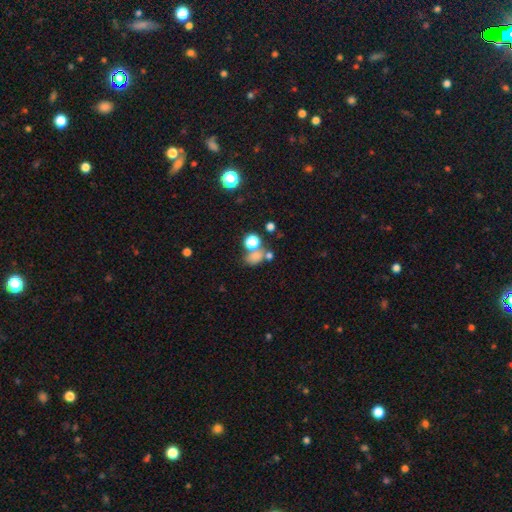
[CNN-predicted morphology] smooth-or-featured: smooth: 68% | star or artifact: 21% | featured or disk: 11%
  how-rounded: in between: 55% | round: 43% | cigar-shaped: 2%
  merging: none: 47% | merger: 32% | minor disturbance: 13% | major disturbance: 8%